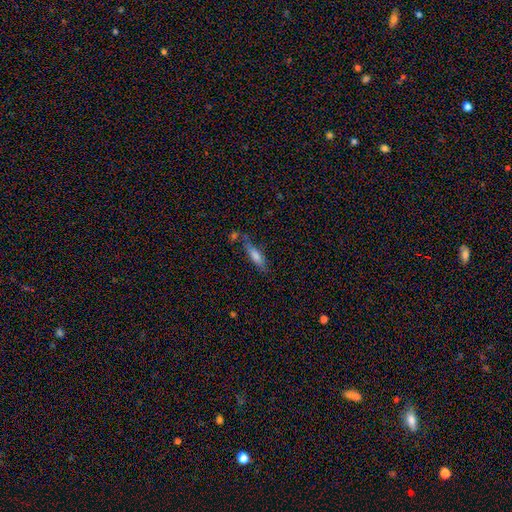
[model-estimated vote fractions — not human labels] smooth_or_featured: smooth (p=0.67) [alt: featured or disk p=0.23]
how_rounded: cigar-shaped (p=0.63) [alt: in between p=0.35]
merging: none (p=0.63) [alt: minor disturbance p=0.19]